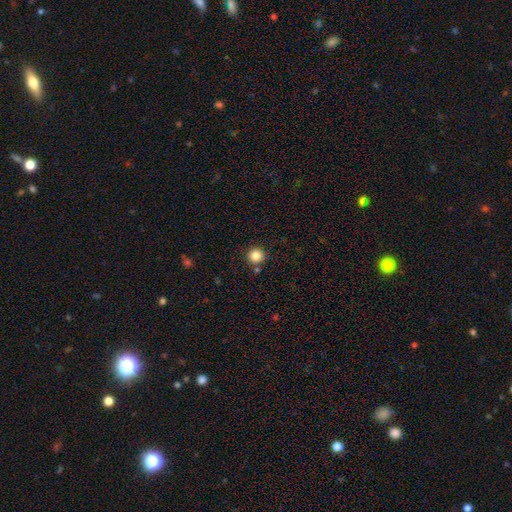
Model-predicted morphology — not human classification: A smooth galaxy with no disk features (85%) that is round (94%). Merging: none (84%).